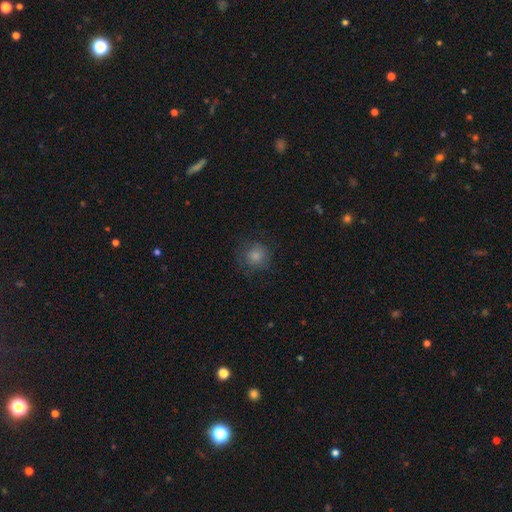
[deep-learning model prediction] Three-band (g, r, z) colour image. It shows a smooth galaxy with no disk features (83%) that is round (91%). Merging: none (78%).